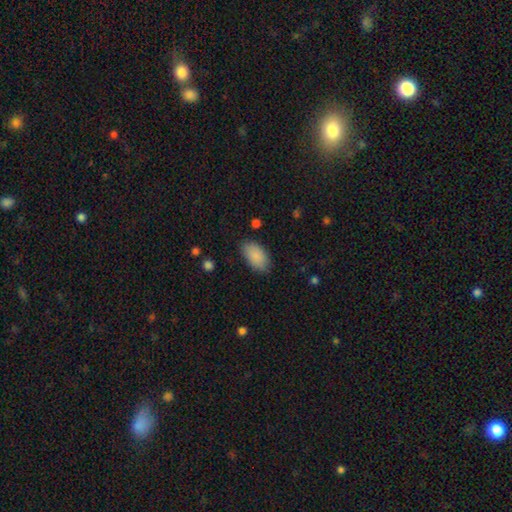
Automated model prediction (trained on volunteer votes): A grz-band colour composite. It shows a smooth galaxy with no disk features (88%) that is in between round and cigar-shaped (95%). Merging: none (83%).